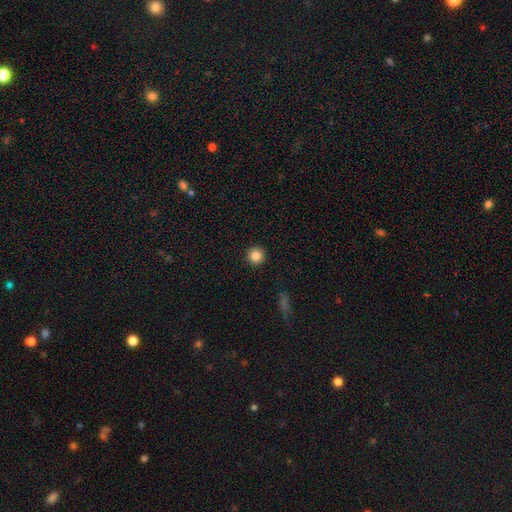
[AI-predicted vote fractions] A smooth galaxy with no disk features (85%) that is round (96%).

Vote fractions:
- Smooth or featured? smooth: 85% / star or artifact: 10% / featured or disk: 5%
- How rounded? round: 96% / in between: 3% / cigar-shaped: 1%
- Merging? none: 93% / minor disturbance: 5% / major disturbance: 2% / merger: 1%